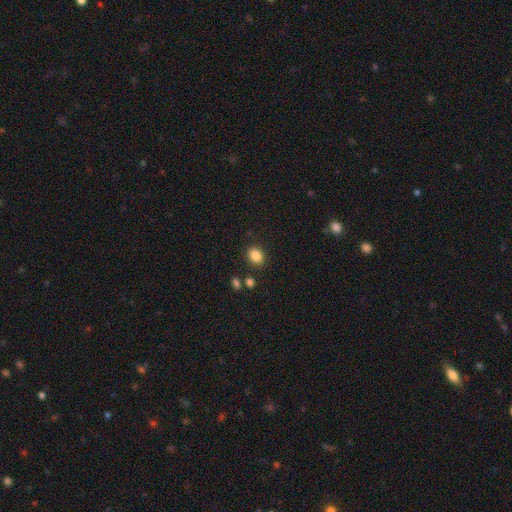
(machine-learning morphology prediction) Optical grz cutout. It shows a smooth galaxy with no disk features (86%) that is in between round and cigar-shaped (59%). Merging: none (83%).